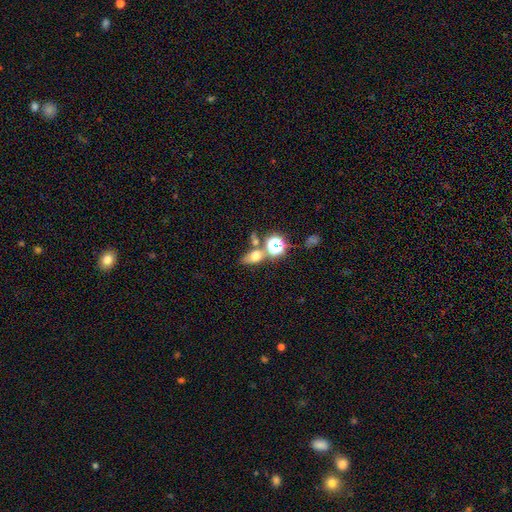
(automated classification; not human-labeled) The model was most divided on "merging": none: 50%, merger: 31%, minor disturbance: 12%, major disturbance: 7%. More confident: how rounded — in between (66%); smooth or featured — smooth (58%).